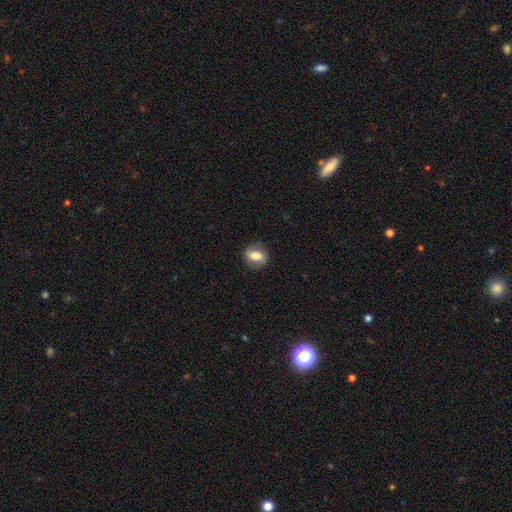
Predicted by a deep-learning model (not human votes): A smooth galaxy with no disk features (66%) that is in between round and cigar-shaped (53%).

Vote fractions:
- Smooth or featured? smooth: 66% / featured or disk: 26% / star or artifact: 8%
- How rounded? in between: 53% / round: 44% / cigar-shaped: 3%
- Merging? none: 84% / minor disturbance: 11% / major disturbance: 3% / merger: 1%